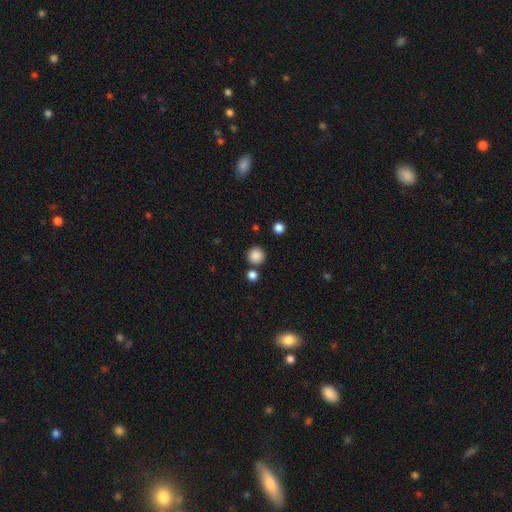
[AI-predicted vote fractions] Overall: smooth (86%). How rounded: round (94%). Merging: none (81%).